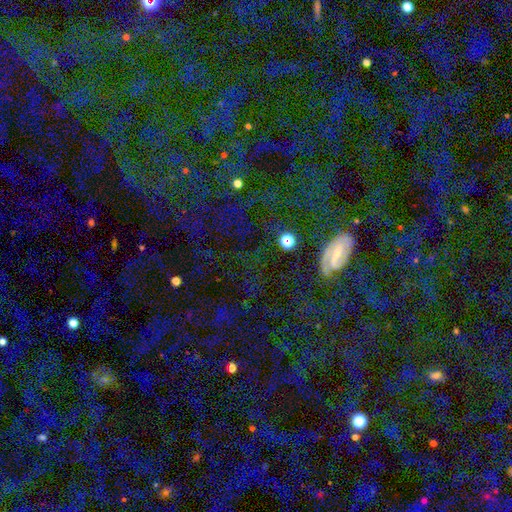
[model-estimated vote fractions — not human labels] smooth_or_featured: star or artifact (p=0.64) [alt: smooth p=0.22]